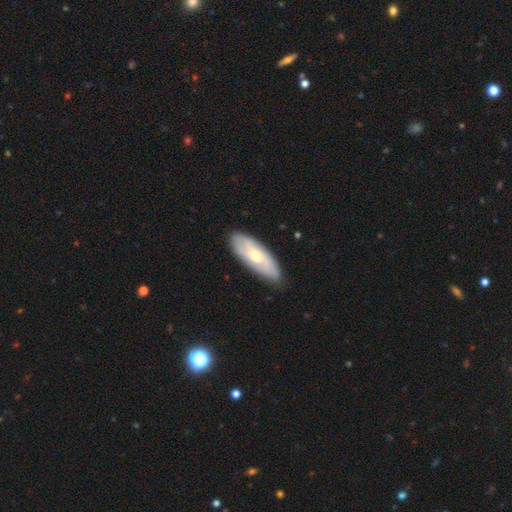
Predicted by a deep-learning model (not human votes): Overall: featured or disk (48%; smooth 46%). Merging: none (82%).